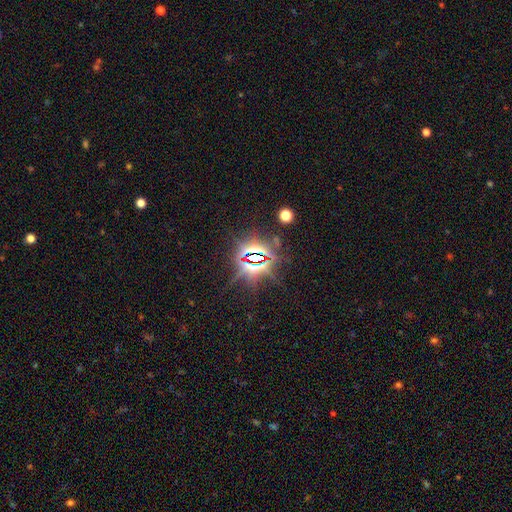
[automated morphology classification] Overall: star or artifact (83%).